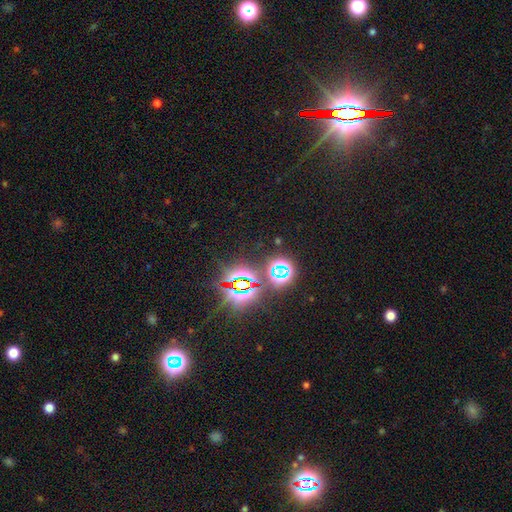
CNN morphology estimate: Smooth or featured? star or artifact (80%)